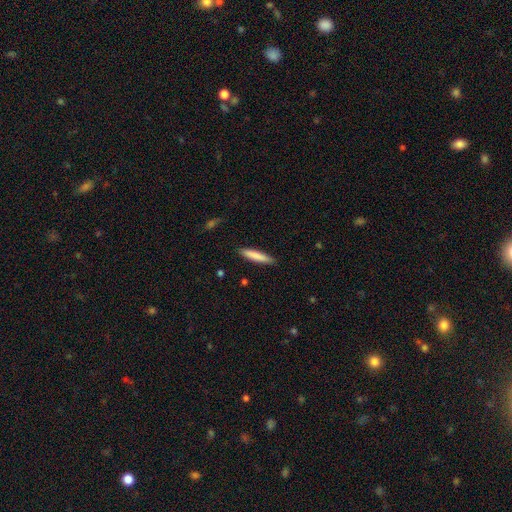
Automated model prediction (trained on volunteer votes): Morphology: type=smooth (82%); roundness=cigar-shaped (89%); merging=none (89%).